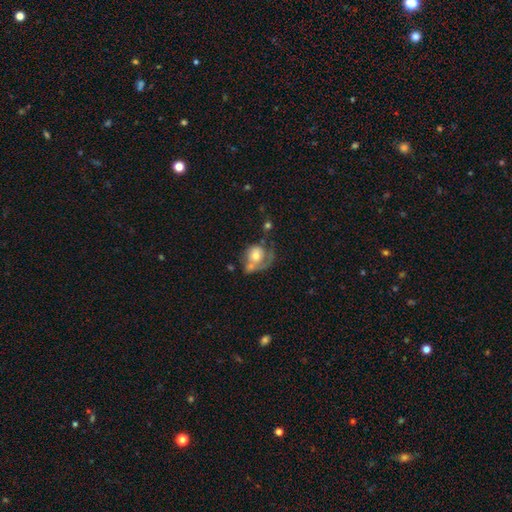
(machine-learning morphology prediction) A featured or disk galaxy (53%) with no bar (81%), spiral arms (68%) and a moderate central bulge (58%).

Vote fractions:
- Smooth or featured? featured or disk: 53% / smooth: 40% / star or artifact: 7%
- Edge-on disk? no: 97% / yes: 3%
- Bar? no: 81% / weak: 16% / strong: 3%
- Spiral arms? yes: 68% / no: 32%
- Bulge size? moderate: 58% / small: 19% / large: 17% / none: 3% / dominant: 2%
- Merging? none: 29% (tied) / major disturbance: 29% (tied) / merger: 23% / minor disturbance: 19%